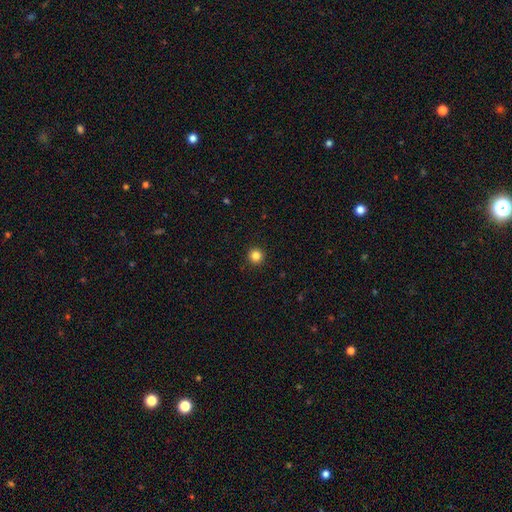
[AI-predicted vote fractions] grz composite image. It shows a smooth galaxy with no disk features (84%) that is round (96%). Merging: none (93%).